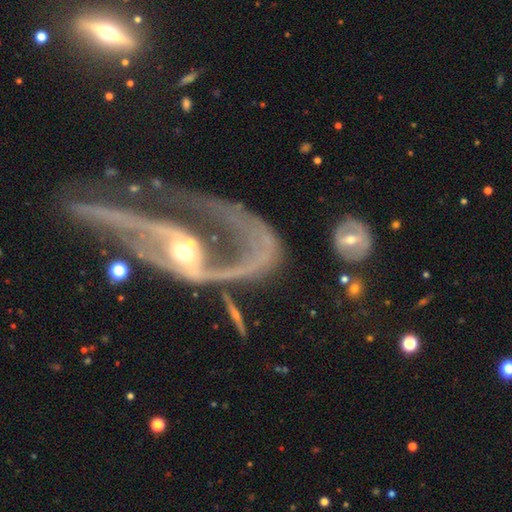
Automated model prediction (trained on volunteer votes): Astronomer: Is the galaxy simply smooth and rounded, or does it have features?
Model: featured or disk — 87%.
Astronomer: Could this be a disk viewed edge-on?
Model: no — 93%.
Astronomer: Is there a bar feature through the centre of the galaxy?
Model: no — 47% (runner-up: weak, 28%).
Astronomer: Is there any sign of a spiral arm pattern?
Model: yes — 86%.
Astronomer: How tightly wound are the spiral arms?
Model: loose — 68%.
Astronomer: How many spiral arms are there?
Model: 2 — 75%.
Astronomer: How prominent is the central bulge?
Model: small — 49% (runner-up: moderate, 45%).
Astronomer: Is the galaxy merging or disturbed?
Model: major disturbance — 49% (runner-up: none, 25%).